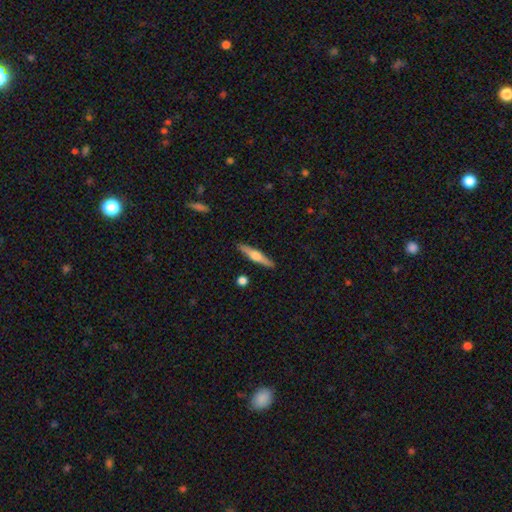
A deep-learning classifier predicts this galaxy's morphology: Smooth or featured?
  - featured or disk: 58% *
  - smooth: 37%
  - star or artifact: 6%
Edge-on disk?
  - yes: 96% *
  - no: 4%
Edge-on bulge?
  - rounded: 91% *
  - none: 5%
  - boxy: 5%
Merging?
  - none: 89% *
  - minor disturbance: 7%
  - merger: 2%
  - major disturbance: 2%